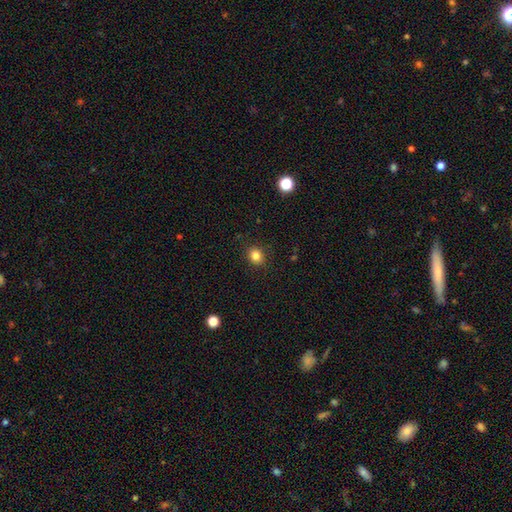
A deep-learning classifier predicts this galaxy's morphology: Q: Smooth or featured?
A: smooth (83%); runner-up: star or artifact (12%)
Q: How rounded?
A: round (77%); runner-up: in between (22%)
Q: Merging?
A: none (90%); runner-up: minor disturbance (7%)